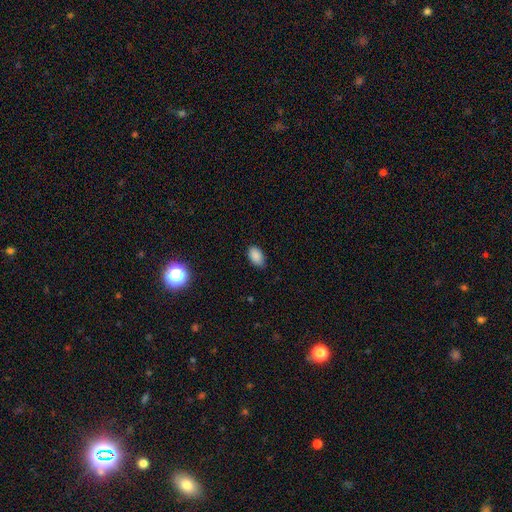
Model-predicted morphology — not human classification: Q: Smooth or featured?
A: smooth (87%); runner-up: star or artifact (9%)
Q: How rounded?
A: in between (91%); runner-up: round (7%)
Q: Merging?
A: none (82%); runner-up: minor disturbance (14%)